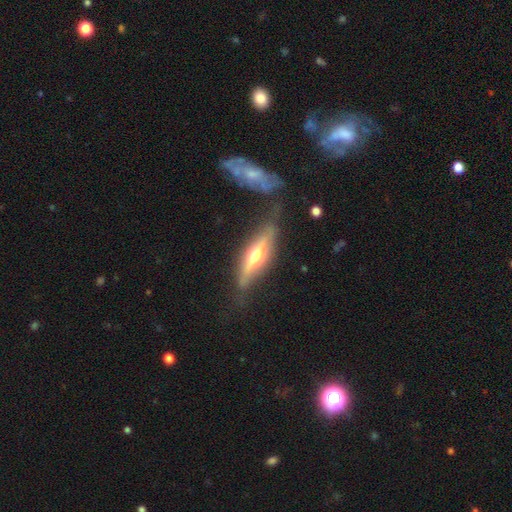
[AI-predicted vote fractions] This is likely a featured or disk galaxy (68%). It is clearly viewed edge-on (83%). Edge-on bulge: clearly rounded (90%). Merging: likely none (64%).